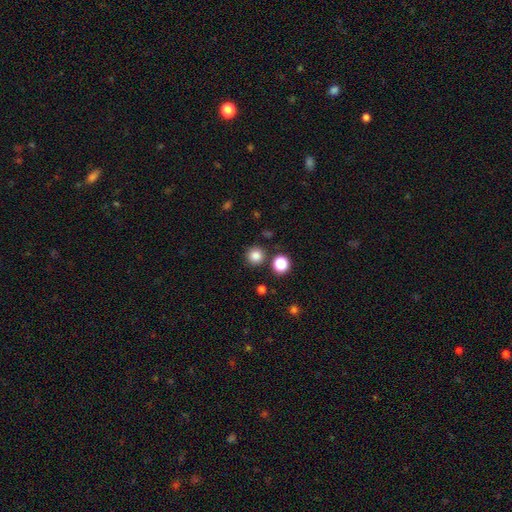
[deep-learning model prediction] A smooth galaxy with no disk features (83%) that is round (95%). Merging: none (87%).